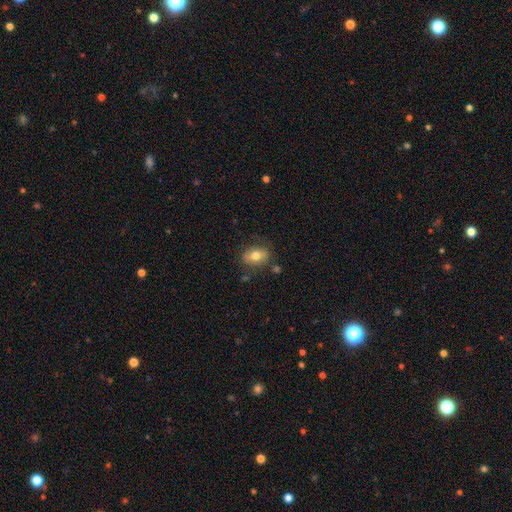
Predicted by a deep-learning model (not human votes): Smooth or featured: smooth — 69% (featured or disk — 23%)
How rounded: in between — 75% (round — 23%)
Merging: none — 77% (minor disturbance — 15%)